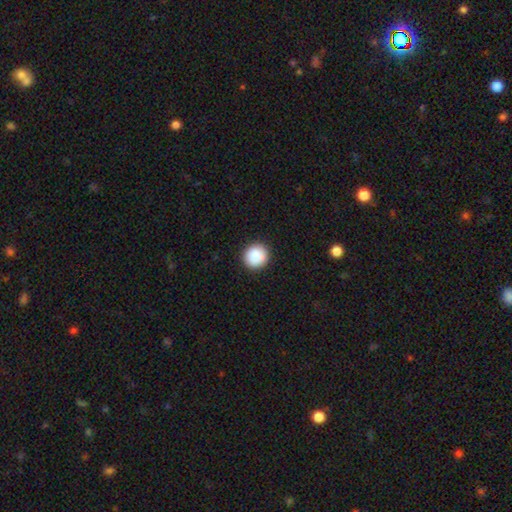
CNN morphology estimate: This is clearly a smooth galaxy (84%). How rounded: clearly round (91%). Merging: clearly none (86%).